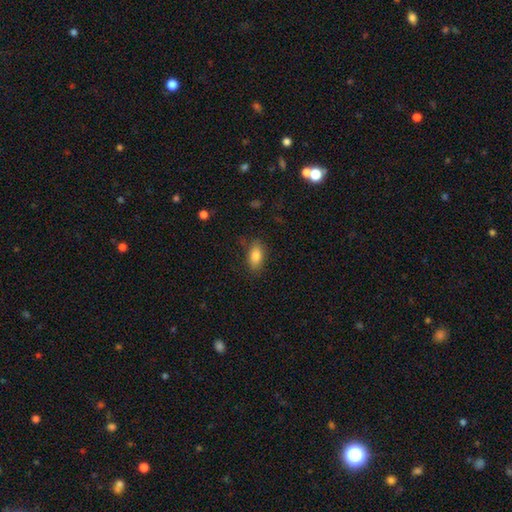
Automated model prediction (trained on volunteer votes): Morphology: type=smooth (84%); roundness=in between (88%); merging=none (80%).